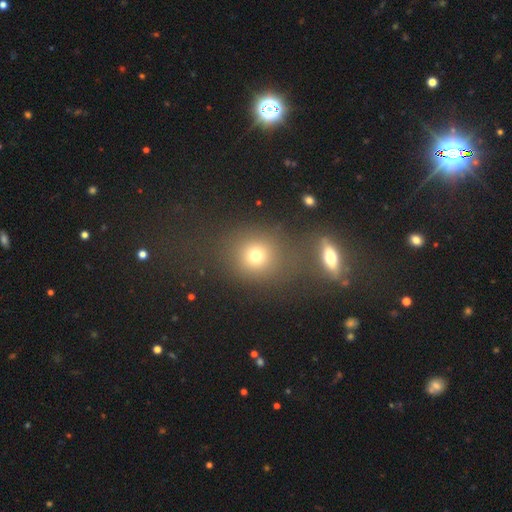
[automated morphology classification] Smooth or featured?
  - smooth: 72% *
  - star or artifact: 17%
  - featured or disk: 11%
How rounded?
  - round: 81% *
  - in between: 18%
  - cigar-shaped: 2%
Merging?
  - none: 64% *
  - merger: 21%
  - minor disturbance: 9%
  - major disturbance: 6%